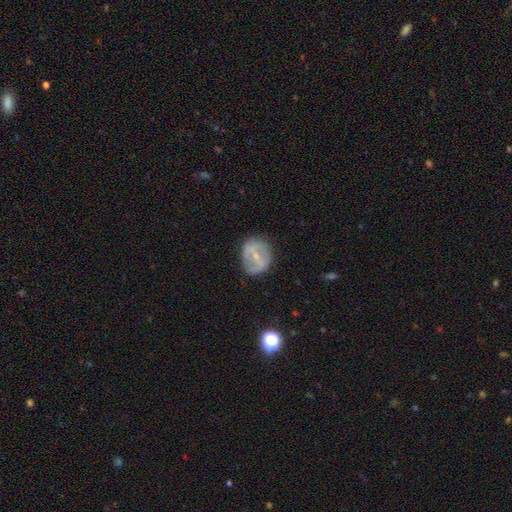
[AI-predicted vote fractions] Overall: featured or disk (61%; smooth 31%). Edge-on disk: no (94%). Bar: strong (44%; weak 37%). Spiral arms: no (57%; yes 43%). Bulge size: small (68%). Merging: none (74%).